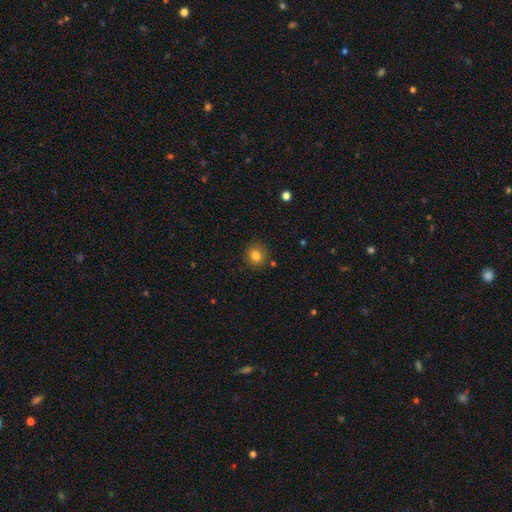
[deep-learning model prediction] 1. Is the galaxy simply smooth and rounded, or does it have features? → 82% smooth, 12% star or artifact, 7% featured or disk.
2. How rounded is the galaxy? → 84% round, 15% in between, 1% cigar-shaped.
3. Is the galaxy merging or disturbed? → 85% none, 9% minor disturbance, 3% merger, 3% major disturbance.